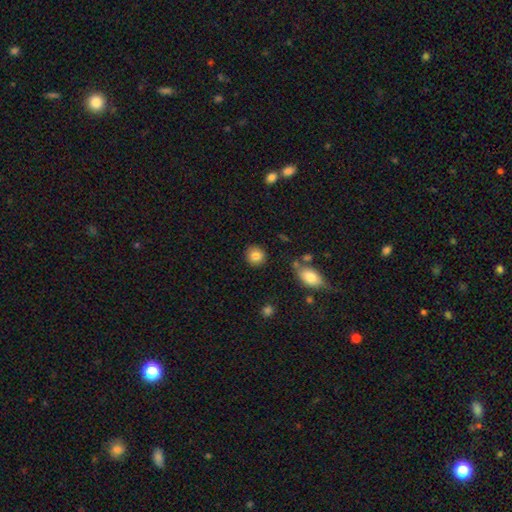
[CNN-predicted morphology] The model was most divided on "how rounded": round: 86%, in between: 13%, cigar-shaped: 1%. More confident: merging — none (87%); smooth or featured — smooth (85%).